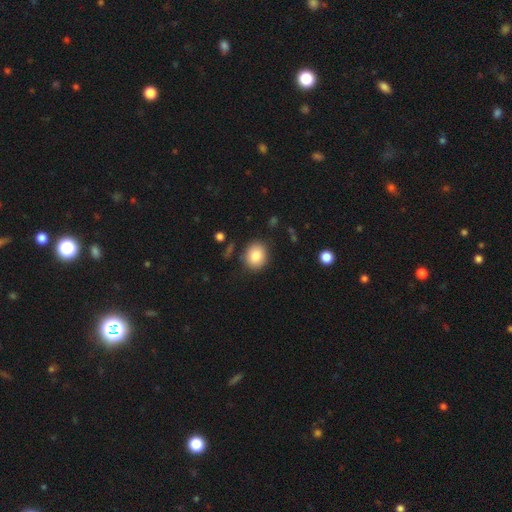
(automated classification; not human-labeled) smooth_or_featured: smooth (p=0.83) [alt: star or artifact p=0.09]
how_rounded: round (p=0.67) [alt: in between p=0.32]
merging: none (p=0.85) [alt: minor disturbance p=0.10]